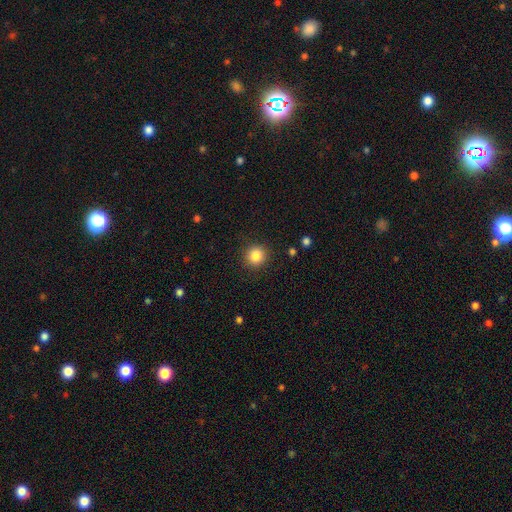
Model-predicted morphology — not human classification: Overall: smooth (85%). How rounded: round (93%). Merging: none (91%).